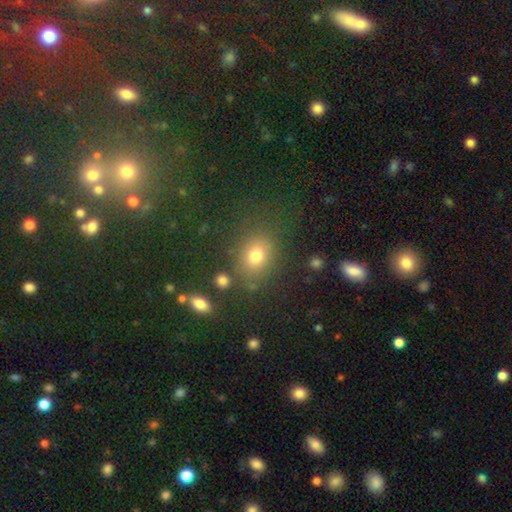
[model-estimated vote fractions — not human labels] Morphology: type=smooth (75%); roundness=in between (51%); merging=none (78%).